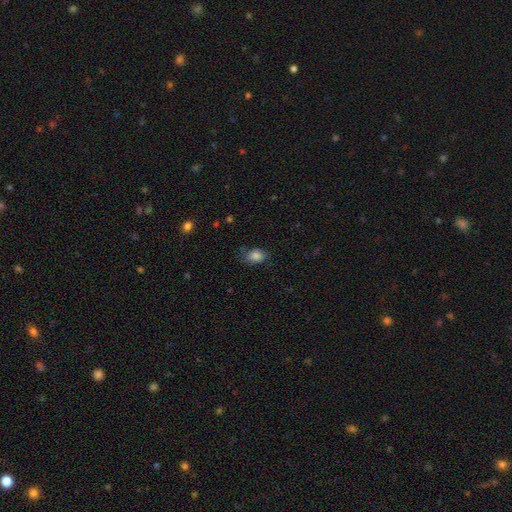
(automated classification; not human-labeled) smooth-or-featured: smooth: 83% | star or artifact: 9% | featured or disk: 8%
  how-rounded: in between: 86% | round: 13% | cigar-shaped: 2%
  merging: none: 69% | minor disturbance: 22% | major disturbance: 7% | merger: 1%